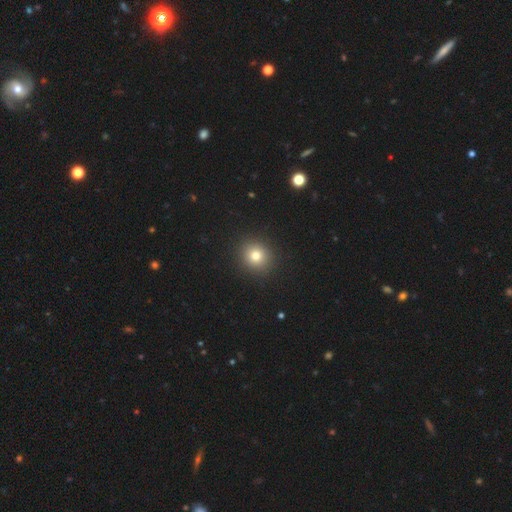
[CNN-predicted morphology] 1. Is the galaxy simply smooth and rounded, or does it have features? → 78% smooth, 14% star or artifact, 8% featured or disk.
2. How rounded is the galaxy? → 86% round, 13% in between, 1% cigar-shaped.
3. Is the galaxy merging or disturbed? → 91% none, 5% minor disturbance, 2% major disturbance, 1% merger.